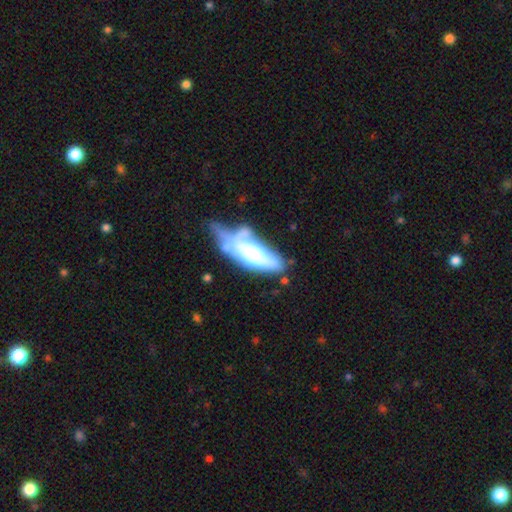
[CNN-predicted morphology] Smooth or featured?
  - smooth: 50% *
  - featured or disk: 43%
  - star or artifact: 8%
Merging?
  - major disturbance: 32% *
  - merger: 30%
  - minor disturbance: 21%
  - none: 18%